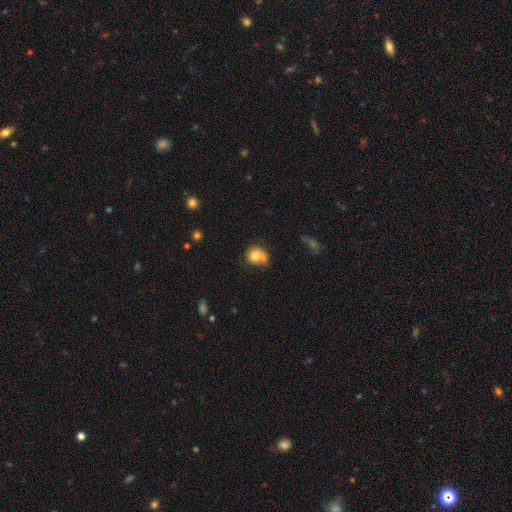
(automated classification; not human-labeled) This appears to be a smooth galaxy with no disk features (74%) that is round (67%). Merging: none (38%).